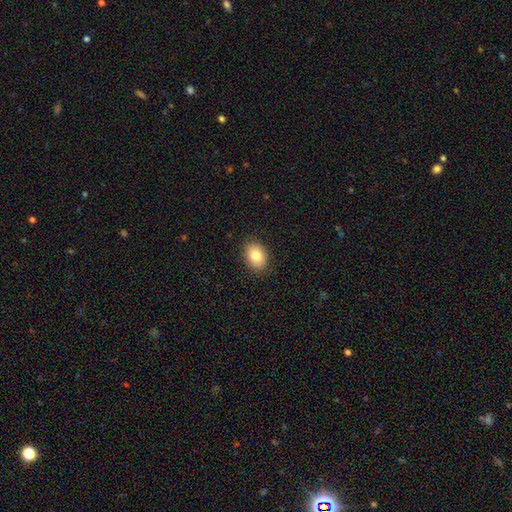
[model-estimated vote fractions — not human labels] A smooth galaxy with no disk features (83%) that is in between round and cigar-shaped (72%).

Vote fractions:
- Smooth or featured? smooth: 83% / featured or disk: 9% / star or artifact: 8%
- How rounded? in between: 72% / round: 27% / cigar-shaped: 1%
- Merging? none: 89% / minor disturbance: 8% / major disturbance: 2% / merger: 1%